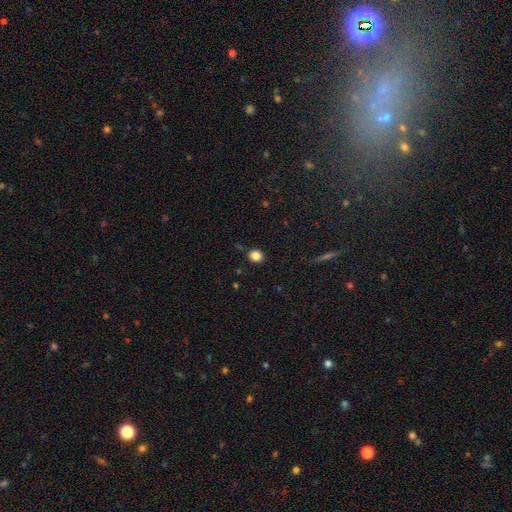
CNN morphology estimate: smooth_or_featured: smooth (p=0.85) [alt: star or artifact p=0.11]
how_rounded: round (p=0.76) [alt: in between p=0.23]
merging: none (p=0.87) [alt: minor disturbance p=0.09]